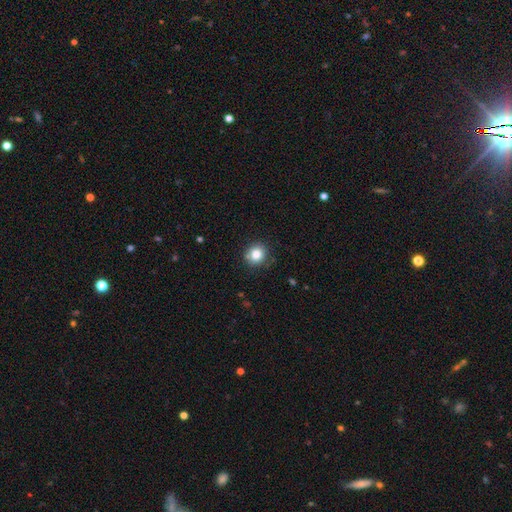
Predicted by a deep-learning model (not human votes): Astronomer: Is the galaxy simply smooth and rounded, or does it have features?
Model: smooth — 83%.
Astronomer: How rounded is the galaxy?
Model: round — 87%.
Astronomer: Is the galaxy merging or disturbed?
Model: none — 85%.